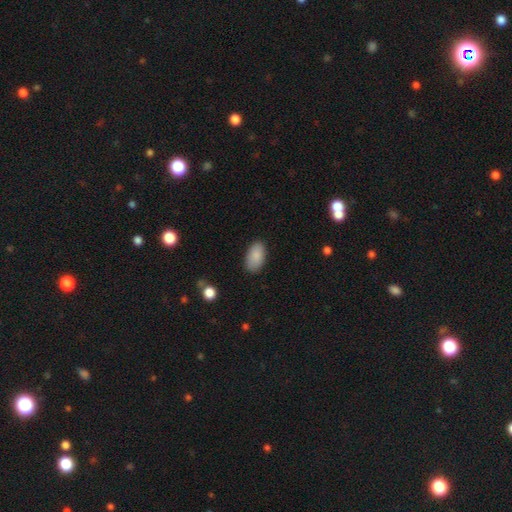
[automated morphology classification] type=smooth (88%); roundness=in between (94%); merging=none (85%).